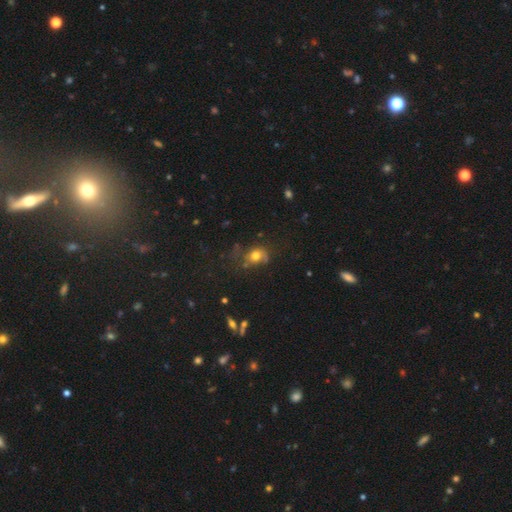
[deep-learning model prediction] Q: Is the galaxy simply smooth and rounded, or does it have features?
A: smooth — 67%.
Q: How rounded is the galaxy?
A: round — 58%.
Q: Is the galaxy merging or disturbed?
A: none — 49%.